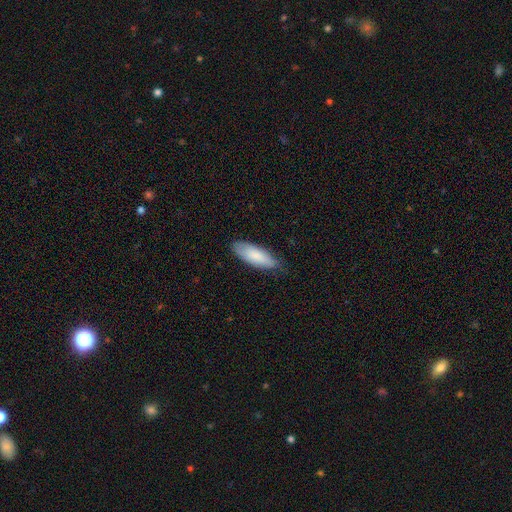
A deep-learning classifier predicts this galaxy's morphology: Overall: smooth (83%). How rounded: in between (68%; cigar-shaped 31%). Merging: none (74%).